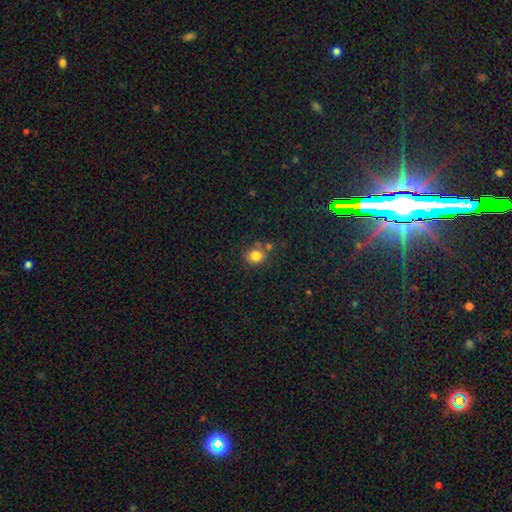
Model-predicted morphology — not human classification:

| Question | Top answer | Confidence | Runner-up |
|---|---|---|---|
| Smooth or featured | smooth | 82% | star or artifact (12%) |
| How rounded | round | 76% | in between (24%) |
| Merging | none | 65% | merger (17%) |